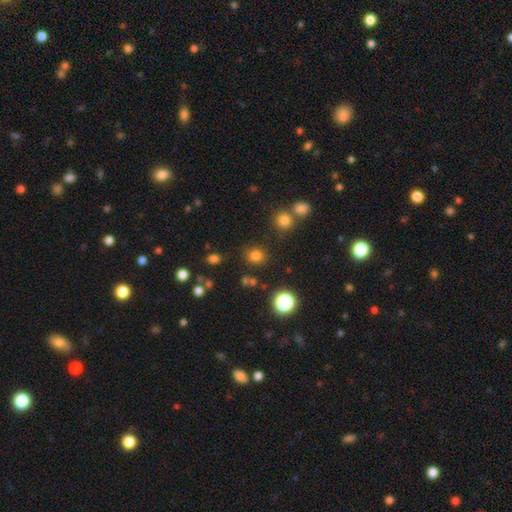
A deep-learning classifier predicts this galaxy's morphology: Smooth or featured? smooth (77%)
How rounded? round (84%)
Merging? none (84%)